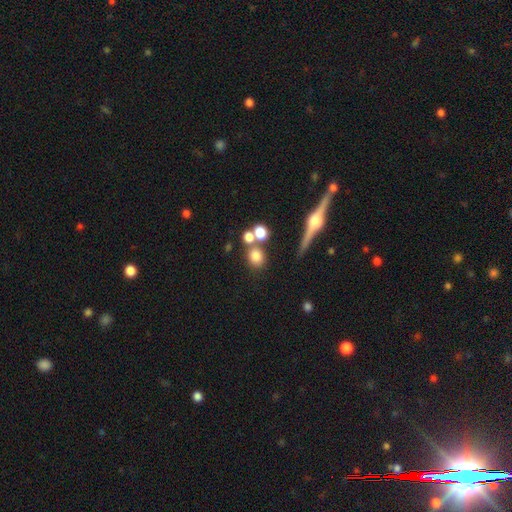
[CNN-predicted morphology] Q: Smooth or featured?
A: smooth (75%); runner-up: featured or disk (13%)
Q: How rounded?
A: round (75%); runner-up: in between (22%)
Q: Merging?
A: none (57%); runner-up: merger (29%)